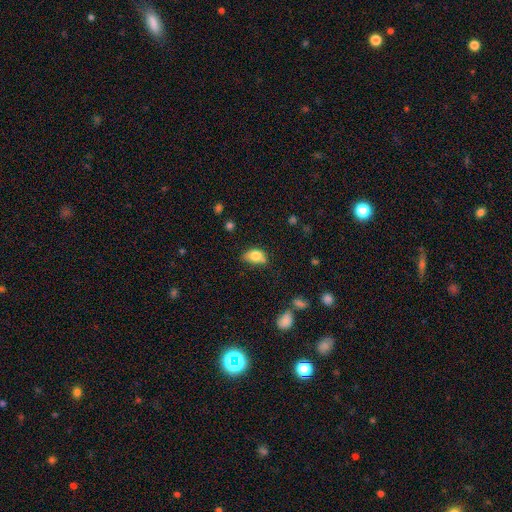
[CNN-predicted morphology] Smooth or featured: smooth — 80% (featured or disk — 11%)
How rounded: in between — 82% (round — 15%)
Merging: none — 48% (minor disturbance — 36%)